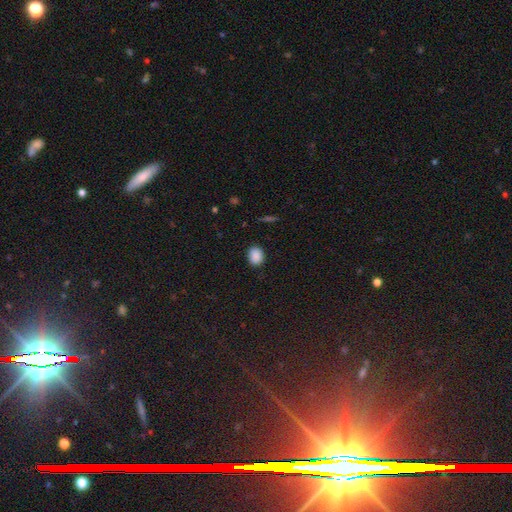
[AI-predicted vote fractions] smooth 89%, star or artifact 9%, featured or disk 3%. Down the decision tree: how rounded — in between (54%); merging — none (87%).